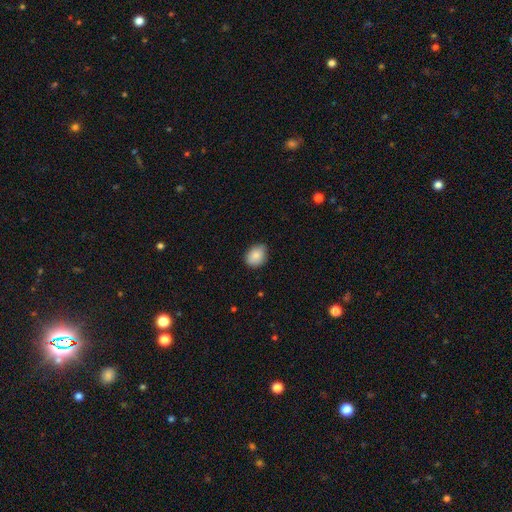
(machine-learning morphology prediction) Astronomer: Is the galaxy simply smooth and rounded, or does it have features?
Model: smooth — 83%.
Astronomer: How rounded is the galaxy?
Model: in between — 59% (runner-up: round, 40%).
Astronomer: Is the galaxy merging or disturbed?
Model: none — 77%.